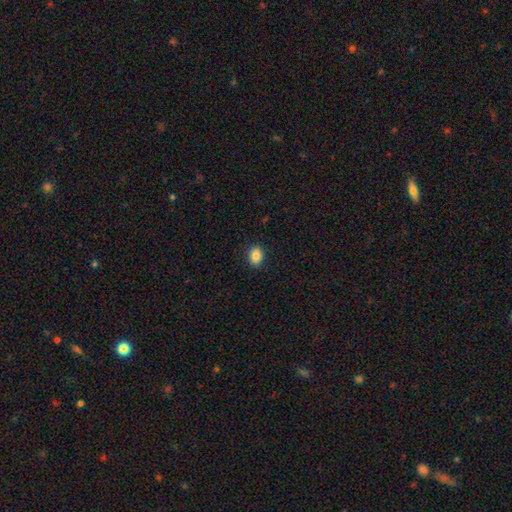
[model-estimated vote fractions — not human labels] This is clearly a smooth galaxy (87%). How rounded: likely in between (64%). Merging: clearly none (88%).